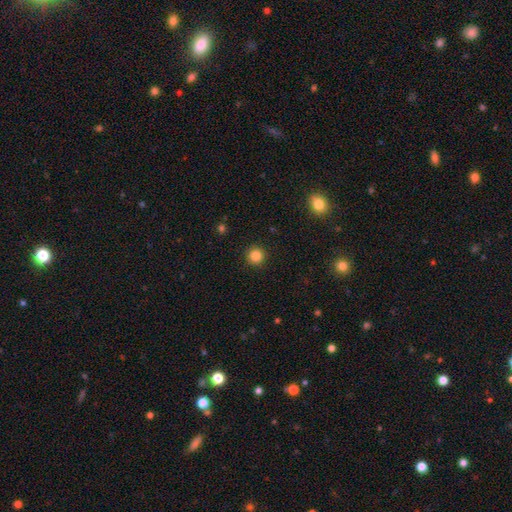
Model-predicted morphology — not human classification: Smooth or featured?
  - smooth: 85% *
  - star or artifact: 11%
  - featured or disk: 4%
How rounded?
  - round: 95% *
  - in between: 4%
  - cigar-shaped: 1%
Merging?
  - none: 92% *
  - minor disturbance: 5%
  - major disturbance: 2%
  - merger: 1%